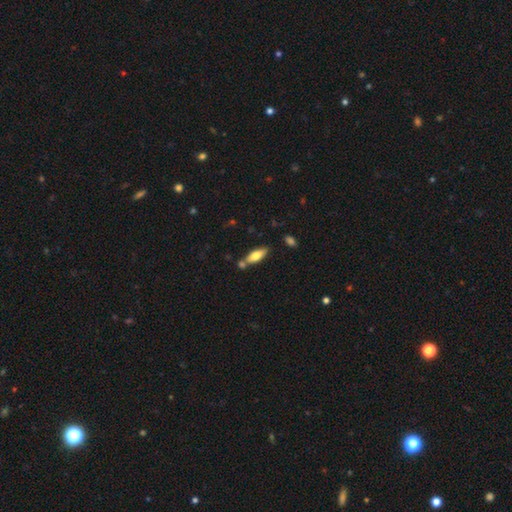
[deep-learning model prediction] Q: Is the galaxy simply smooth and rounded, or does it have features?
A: smooth — 68%.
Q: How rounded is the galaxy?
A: in between — 64%.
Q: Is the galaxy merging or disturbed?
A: none — 67%.